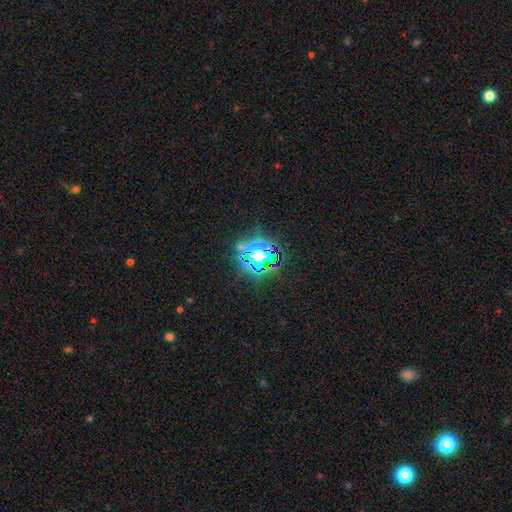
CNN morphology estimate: Overall: star or artifact (83%).